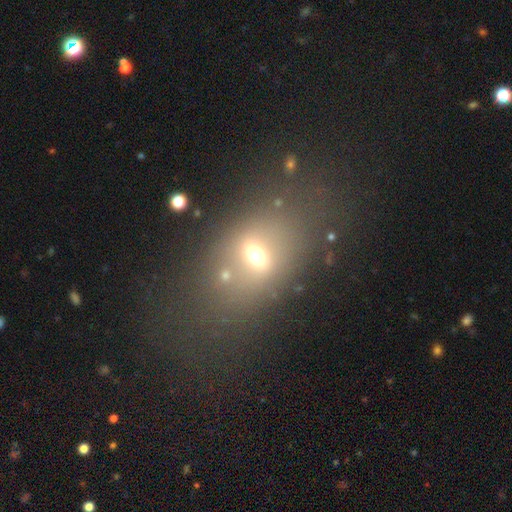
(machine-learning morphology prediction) This appears to be a smooth galaxy with no disk features (54%) that is in between round and cigar-shaped (75%). Merging: none (60%).